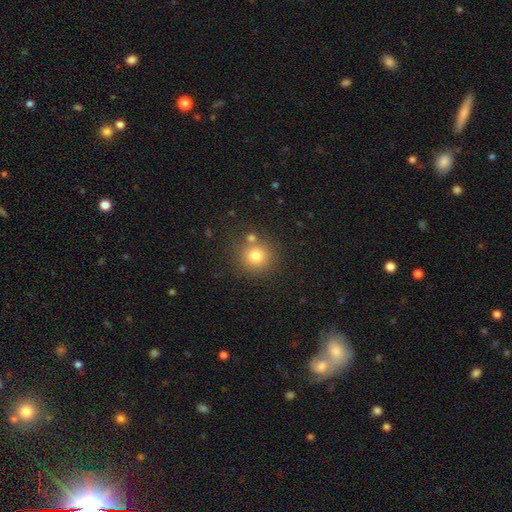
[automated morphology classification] A smooth galaxy with no disk features (77%) that is round (93%).

Vote fractions:
- Smooth or featured? smooth: 77% / star or artifact: 14% / featured or disk: 9%
- How rounded? round: 93% / in between: 6% / cigar-shaped: 1%
- Merging? none: 77% / merger: 11% / minor disturbance: 9% / major disturbance: 3%